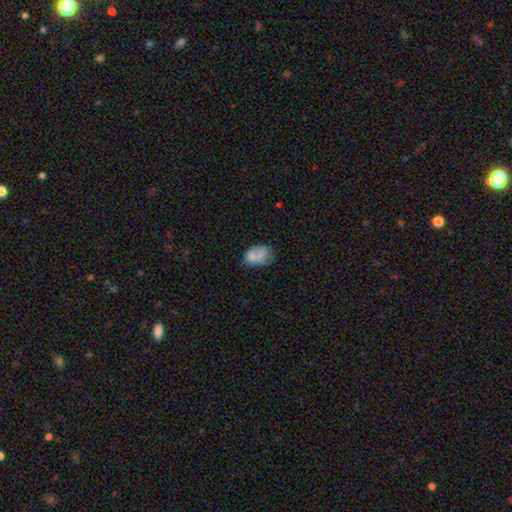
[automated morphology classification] smooth_or_featured: smooth (p=0.69) [alt: featured or disk p=0.21]
how_rounded: in between (p=0.74) [alt: round p=0.24]
merging: none (p=0.35) [alt: minor disturbance p=0.28]